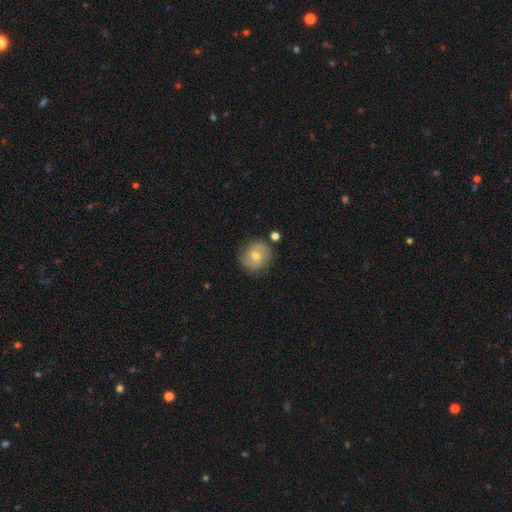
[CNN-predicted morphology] This is possibly a featured or disk galaxy (59%). It is clearly not viewed edge-on (97%). Bar: possibly no (56%). Spiral arm pattern: clearly yes (84%). Central bulge: possibly moderate (58%). Merging: clearly none (83%).